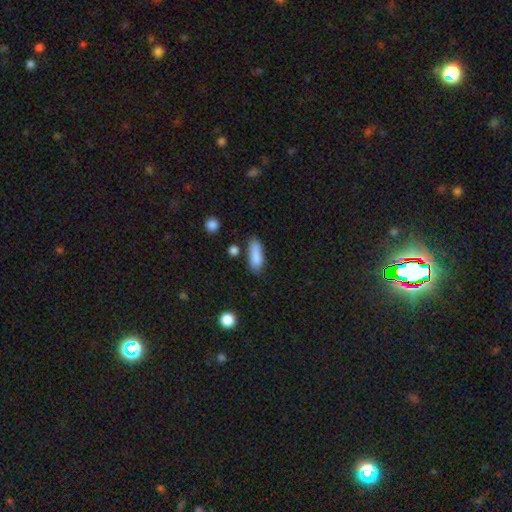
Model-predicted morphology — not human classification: type=smooth (86%); roundness=in between (67%); merging=none (67%).